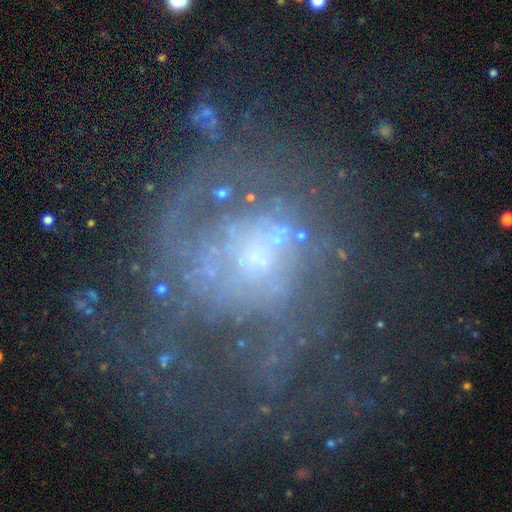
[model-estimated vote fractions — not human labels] featured or disk 69%, star or artifact 16%, smooth 15%. Down the decision tree: edge-on disk — no (97%); bar — no (76%); spiral arms — yes (62%); bulge size — small (48%); merging — none (48%).